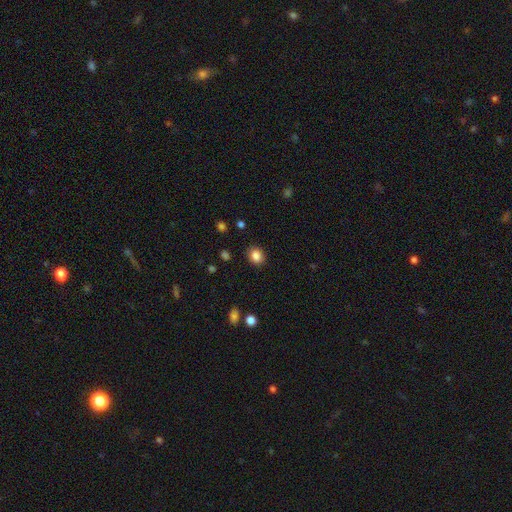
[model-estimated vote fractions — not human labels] This is clearly a smooth galaxy (85%). How rounded: likely round (61%). Merging: clearly none (88%).